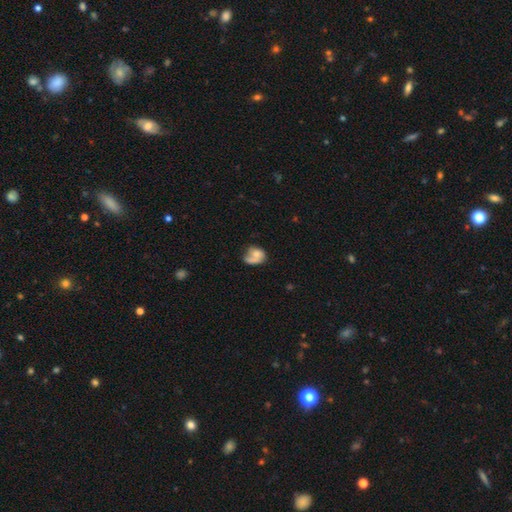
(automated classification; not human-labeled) Smooth or featured: smooth — 48% (featured or disk — 42%)
Merging: none — 33% (major disturbance — 31%)